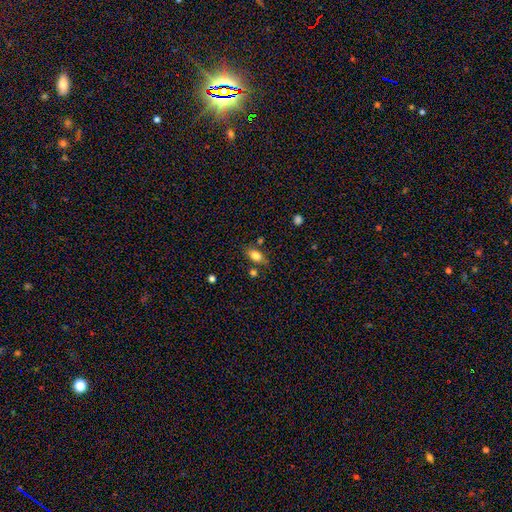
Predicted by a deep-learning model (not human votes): This appears to be a smooth galaxy with no disk features (78%) that is in between round and cigar-shaped (84%). Merging: none (70%).